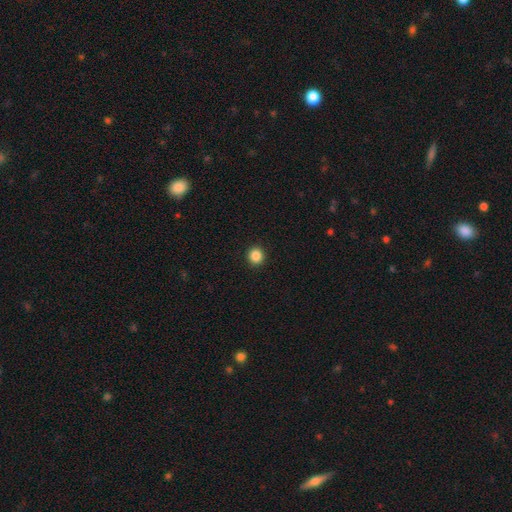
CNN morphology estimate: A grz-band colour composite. It shows a smooth galaxy with no disk features (87%) that is round (92%). Merging: none (93%).